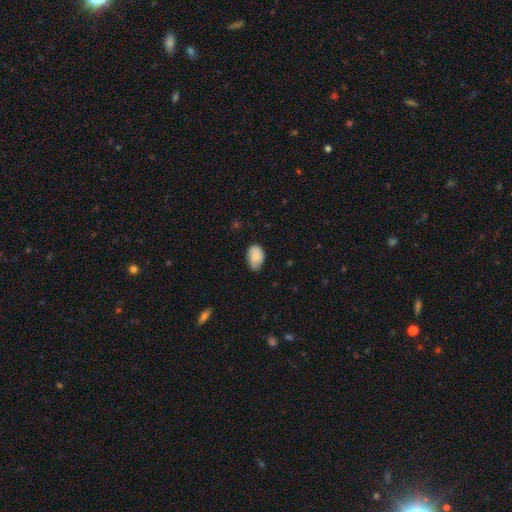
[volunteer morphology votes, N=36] A smooth galaxy with no disk features (81%) that is in between round and cigar-shaped (86%).

Vote fractions:
- Smooth or featured? smooth: 81% / featured or disk: 14% / star or artifact: 6%
- How rounded? in between: 86% / round: 14% / cigar-shaped: 0%
- Merging? none: 79% / minor disturbance: 18% / major disturbance: 3% / merger: 0%